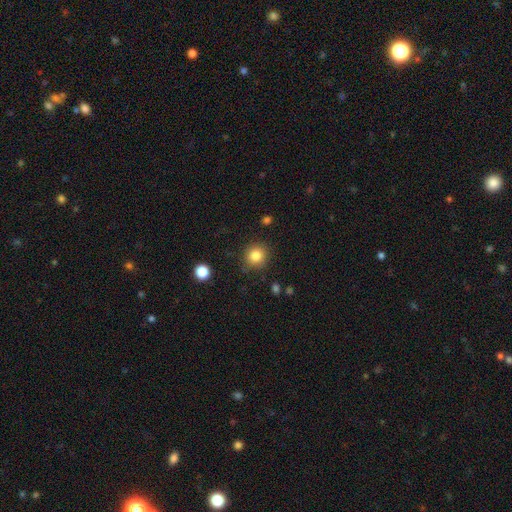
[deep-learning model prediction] Smooth or featured? smooth (83%)
How rounded? round (89%)
Merging? none (86%)